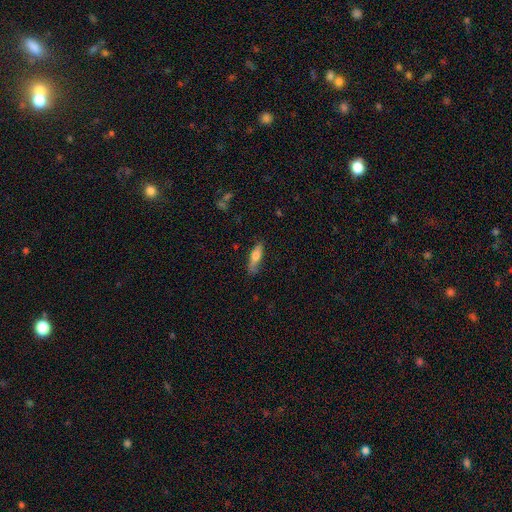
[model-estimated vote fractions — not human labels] smooth 68%, featured or disk 25%, star or artifact 7%. Down the decision tree: how rounded — cigar-shaped (56%); merging — none (72%).